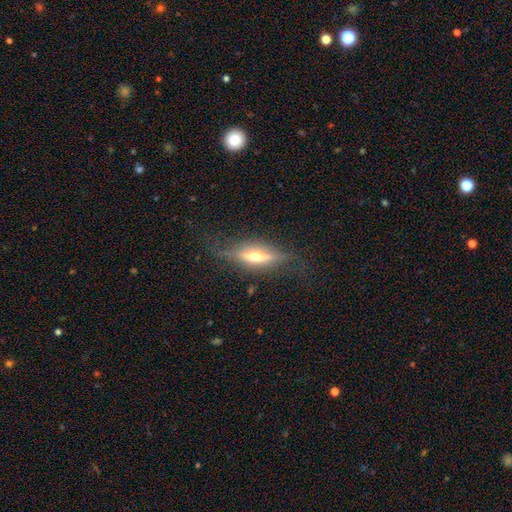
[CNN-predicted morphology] Smooth or featured?
  - featured or disk: 66% *
  - smooth: 27%
  - star or artifact: 8%
Edge-on disk?
  - yes: 86% *
  - no: 14%
Edge-on bulge?
  - rounded: 86% *
  - boxy: 9%
  - none: 6%
Merging?
  - none: 71% *
  - minor disturbance: 18%
  - major disturbance: 9%
  - merger: 1%